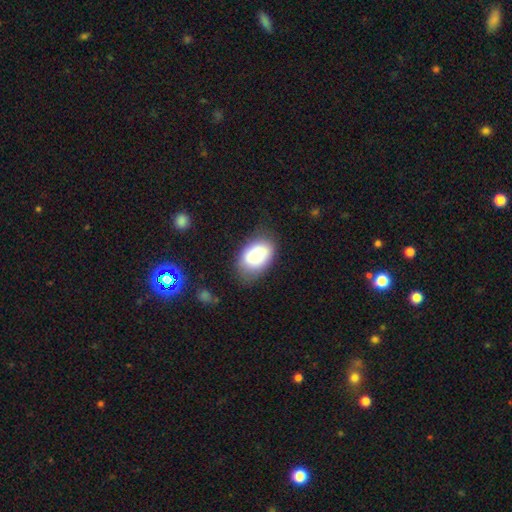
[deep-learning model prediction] A smooth galaxy with no disk features (82%) that is in between round and cigar-shaped (89%). Merging: none (67%).